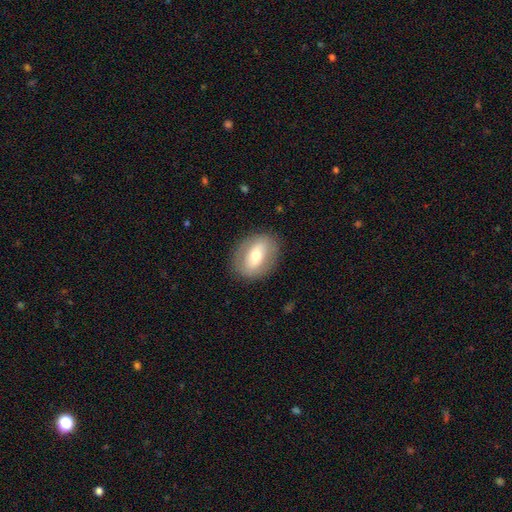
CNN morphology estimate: type=smooth (47%); merging=none (83%).